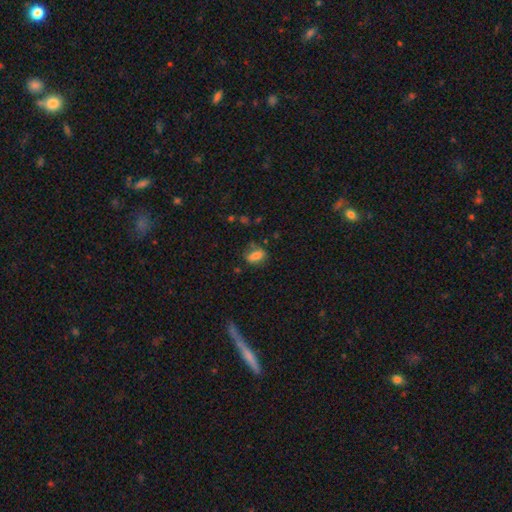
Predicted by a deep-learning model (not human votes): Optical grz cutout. It shows a smooth galaxy with no disk features (78%) that is in between round and cigar-shaped (77%). Merging: none (65%).